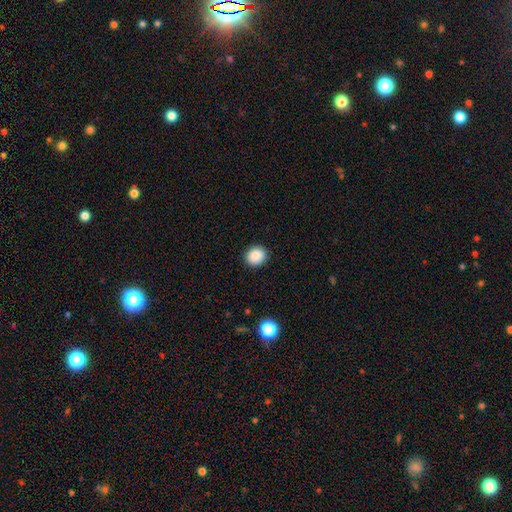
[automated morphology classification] This appears to be a smooth galaxy with no disk features (88%) that is round (77%). Merging: none (91%).